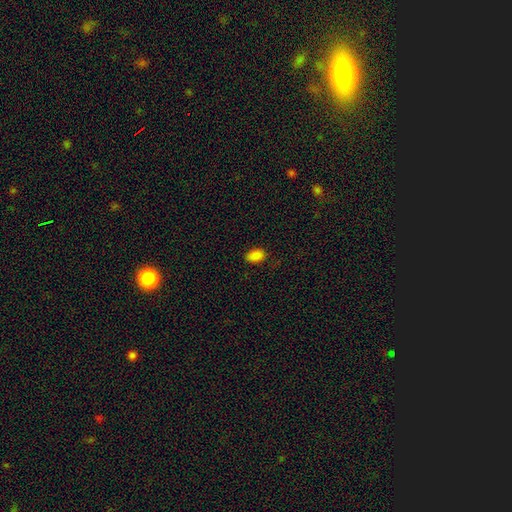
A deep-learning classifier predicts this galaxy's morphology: smooth-or-featured: smooth: 86% | star or artifact: 11% | featured or disk: 3%
  how-rounded: in between: 89% | round: 9% | cigar-shaped: 1%
  merging: none: 83% | minor disturbance: 13% | major disturbance: 3% | merger: 1%